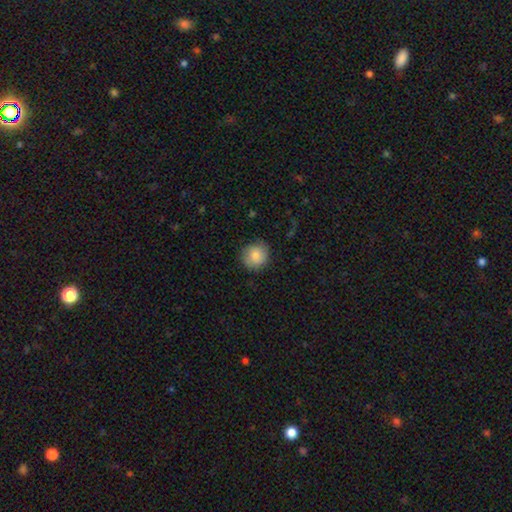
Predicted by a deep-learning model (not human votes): Smooth or featured? smooth (80%)
How rounded? round (91%)
Merging? none (83%)